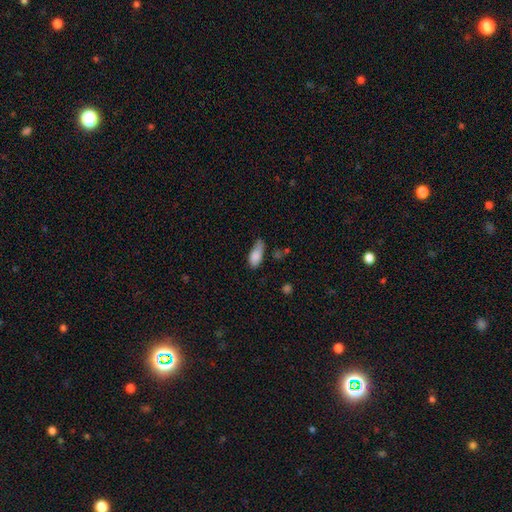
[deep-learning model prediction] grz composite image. It shows a smooth galaxy with no disk features (83%) that is in between round and cigar-shaped (84%). Merging: none (41%, tied with minor disturbance).